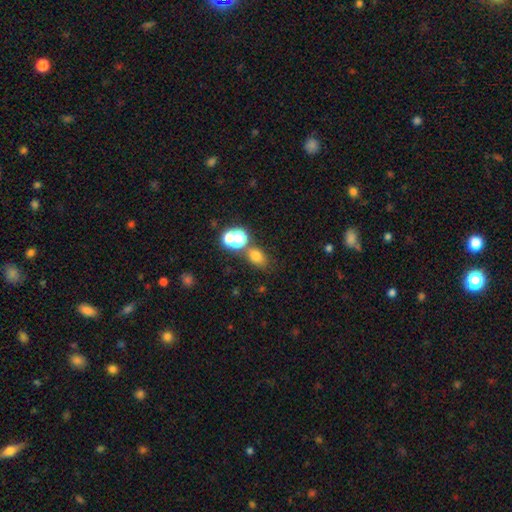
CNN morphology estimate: Smooth or featured? Predicted: smooth (p=0.69). How rounded? Predicted: in between (p=0.52). Merging? Predicted: none (p=0.54).